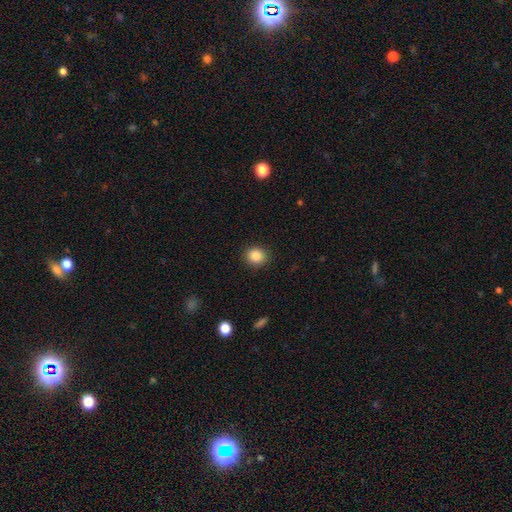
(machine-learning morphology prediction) This is clearly a smooth galaxy (86%). How rounded: clearly round (85%). Merging: clearly none (90%).